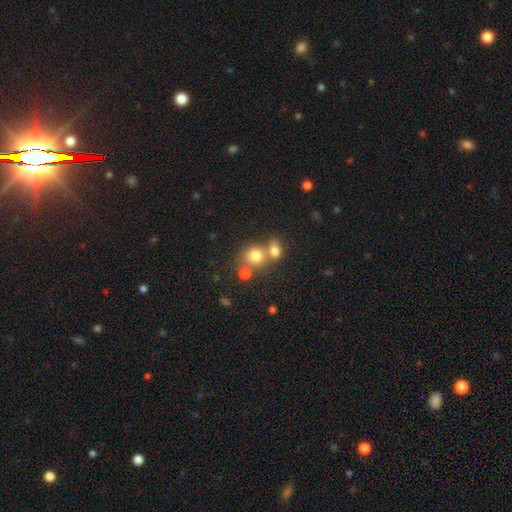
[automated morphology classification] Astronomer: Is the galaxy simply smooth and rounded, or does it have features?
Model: smooth — 77%.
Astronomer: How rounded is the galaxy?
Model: round — 76%.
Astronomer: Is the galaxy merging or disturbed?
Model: none — 44% (runner-up: merger, 43%).